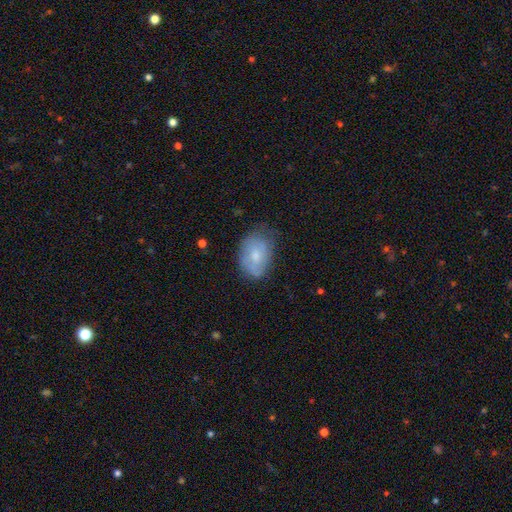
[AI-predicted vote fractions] A smooth galaxy with no disk features (66%) that is in between round and cigar-shaped (78%). Merging: none (56%).